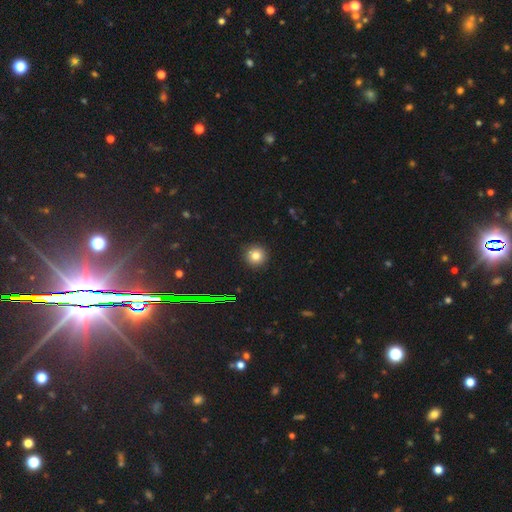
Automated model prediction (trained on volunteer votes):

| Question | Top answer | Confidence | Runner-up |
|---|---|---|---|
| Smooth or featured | smooth | 79% | star or artifact (14%) |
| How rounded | round | 95% | in between (4%) |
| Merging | none | 92% | minor disturbance (5%) |